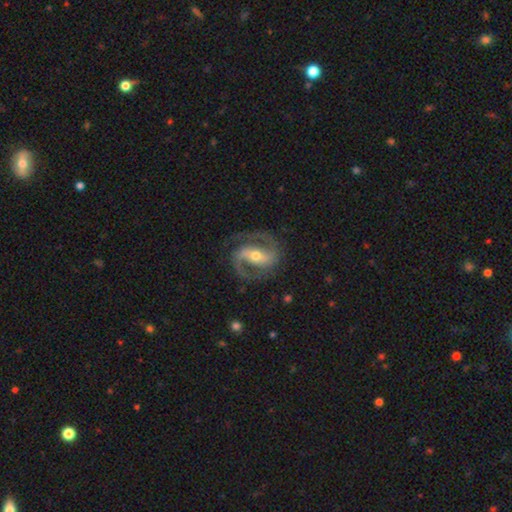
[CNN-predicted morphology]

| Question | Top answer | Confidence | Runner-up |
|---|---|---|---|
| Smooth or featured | featured or disk | 91% | smooth (5%) |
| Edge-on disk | no | 97% | yes (3%) |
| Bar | strong | 53% | weak (31%) |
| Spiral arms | yes | 97% | no (3%) |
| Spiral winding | medium | 60% | tight (25%) |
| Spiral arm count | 2 | 93% | can't tell (2%) |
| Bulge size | moderate | 61% | small (33%) |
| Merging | none | 82% | minor disturbance (12%) |